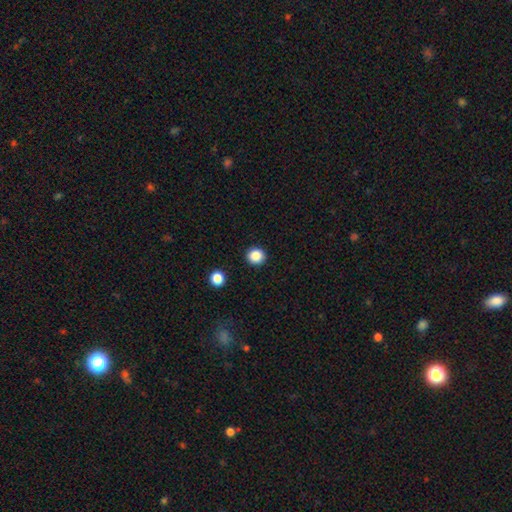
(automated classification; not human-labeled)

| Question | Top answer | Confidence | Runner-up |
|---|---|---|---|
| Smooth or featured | smooth | 86% | star or artifact (10%) |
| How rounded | round | 93% | in between (7%) |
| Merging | none | 92% | minor disturbance (5%) |